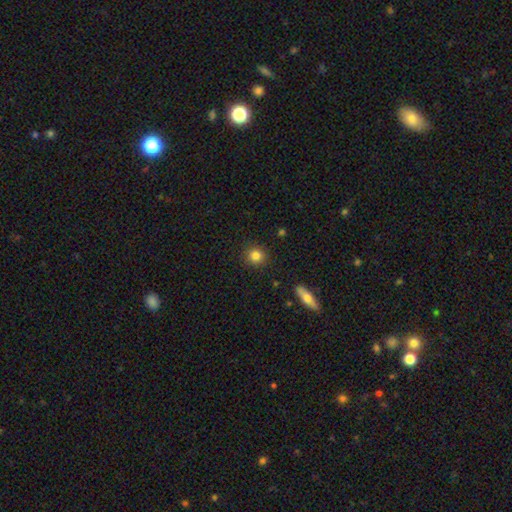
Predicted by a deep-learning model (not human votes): smooth_or_featured: smooth (p=0.83) [alt: star or artifact p=0.11]
how_rounded: round (p=0.88) [alt: in between p=0.10]
merging: none (p=0.90) [alt: minor disturbance p=0.07]